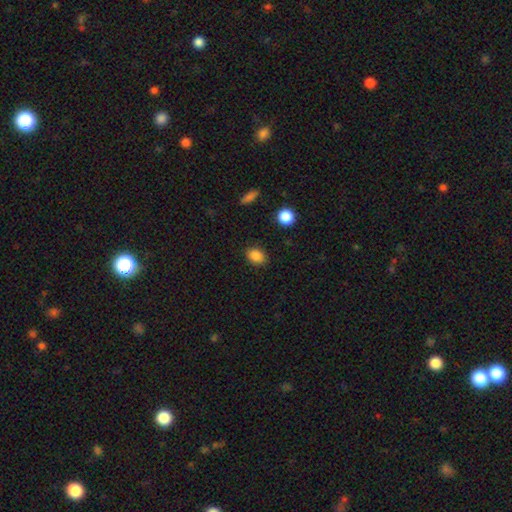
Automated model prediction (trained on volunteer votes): Smooth or featured? Predicted: smooth (p=0.86). How rounded? Predicted: in between (p=0.63). Merging? Predicted: none (p=0.86).